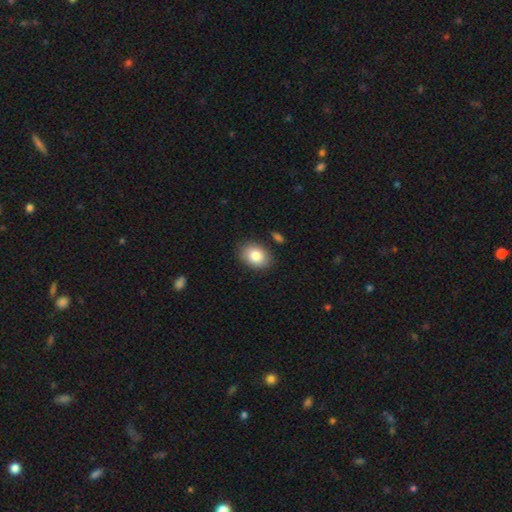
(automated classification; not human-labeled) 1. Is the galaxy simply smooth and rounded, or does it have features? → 85% smooth, 8% featured or disk, 7% star or artifact.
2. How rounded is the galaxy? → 70% in between, 29% round, 1% cigar-shaped.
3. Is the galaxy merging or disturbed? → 84% none, 10% minor disturbance, 3% merger, 2% major disturbance.